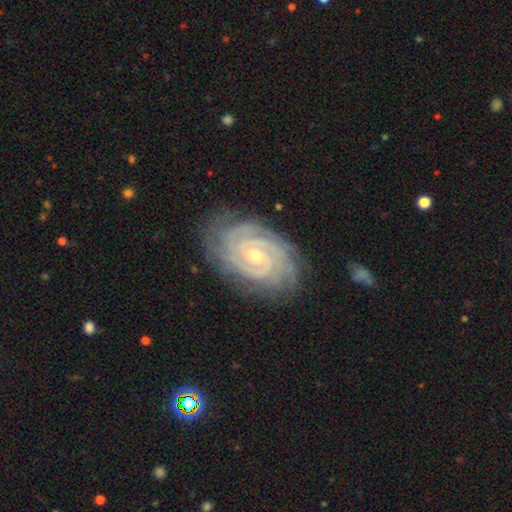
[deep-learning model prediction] Smooth or featured? Predicted: featured or disk (p=0.92). Edge-on disk? Predicted: no (p=0.97). Bar? Predicted: no (p=0.58). Spiral arms? Predicted: yes (p=0.99). Spiral winding? Predicted: tight (p=0.84). Spiral arm count? Predicted: 2 (p=0.29). Bulge size? Predicted: small (p=0.68). Merging? Predicted: none (p=0.80).